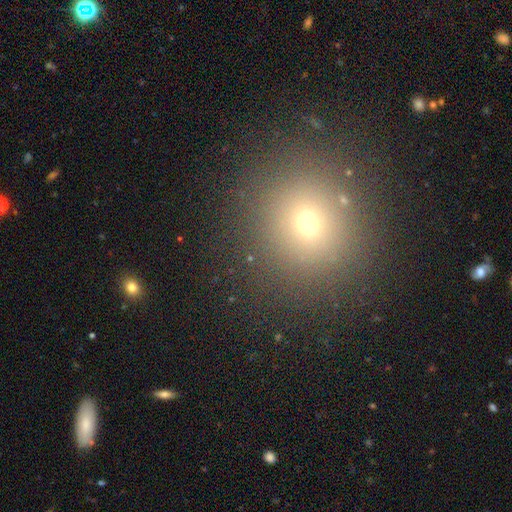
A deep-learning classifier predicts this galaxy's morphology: smooth_or_featured: smooth (p=0.64) [alt: star or artifact p=0.27]
how_rounded: round (p=0.90) [alt: in between p=0.09]
merging: none (p=0.87) [alt: minor disturbance p=0.07]